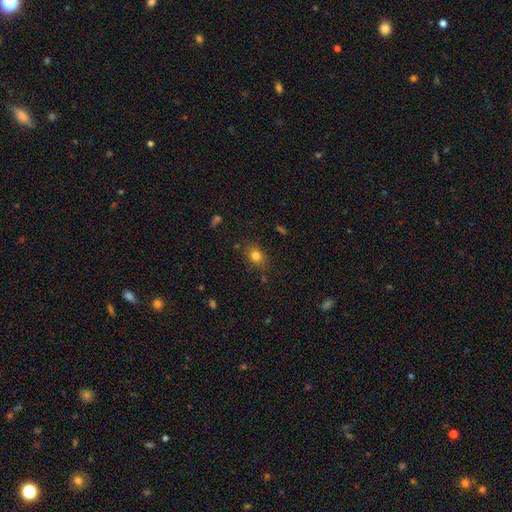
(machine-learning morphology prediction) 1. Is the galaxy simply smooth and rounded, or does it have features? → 79% smooth, 12% star or artifact, 9% featured or disk.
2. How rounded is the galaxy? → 61% in between, 37% round, 2% cigar-shaped.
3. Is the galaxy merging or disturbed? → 79% none, 15% minor disturbance, 4% major disturbance, 2% merger.